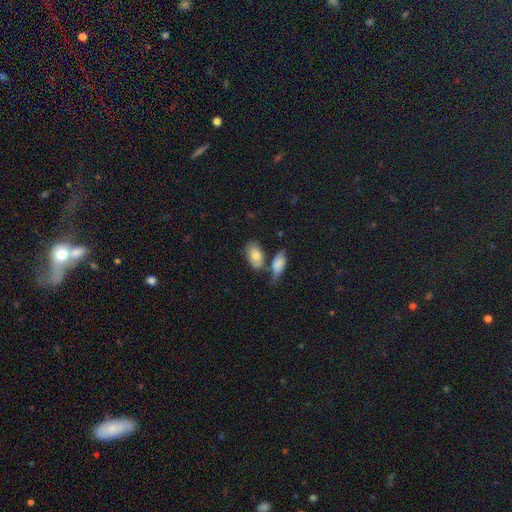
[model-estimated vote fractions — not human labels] The model was most divided on "merging": none: 54%, merger: 23%, minor disturbance: 17%, major disturbance: 6%. More confident: how rounded — in between (92%); smooth or featured — smooth (77%).